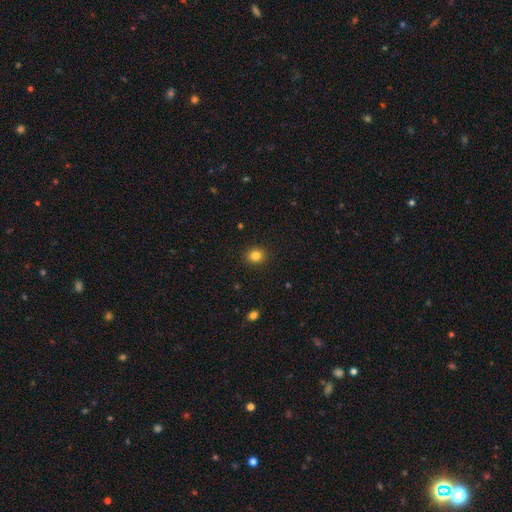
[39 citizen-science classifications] A smooth galaxy with no disk features (87%) that is round (74%). Merging: none (92%).